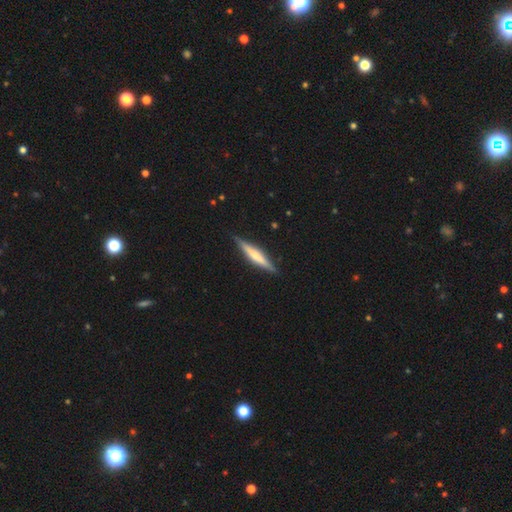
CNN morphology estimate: Overall: featured or disk (57%; smooth 38%). Edge-on disk: yes (97%). Edge-on bulge: rounded (48%; none 31%). Merging: none (89%).